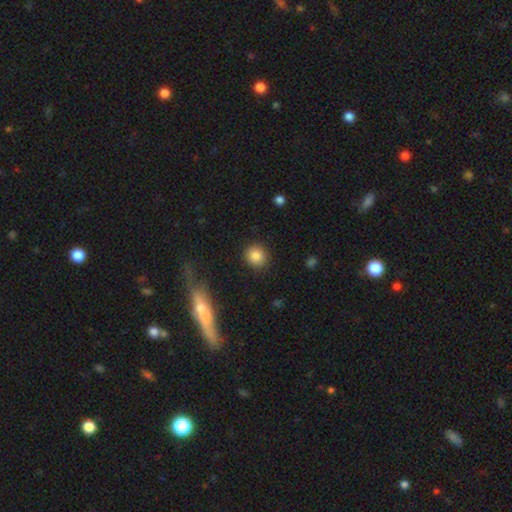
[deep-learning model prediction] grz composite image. It shows a smooth galaxy with no disk features (85%) that is round (86%). Merging: none (89%).